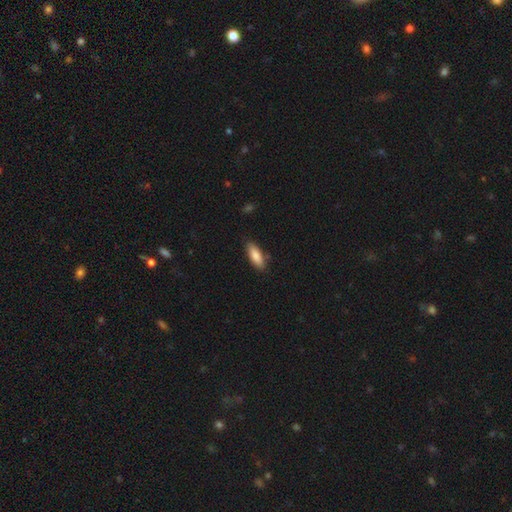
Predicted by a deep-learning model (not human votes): The model was most divided on "how rounded": in between: 66%, cigar-shaped: 32%, round: 2%. More confident: smooth or featured — smooth (84%); merging — none (82%).